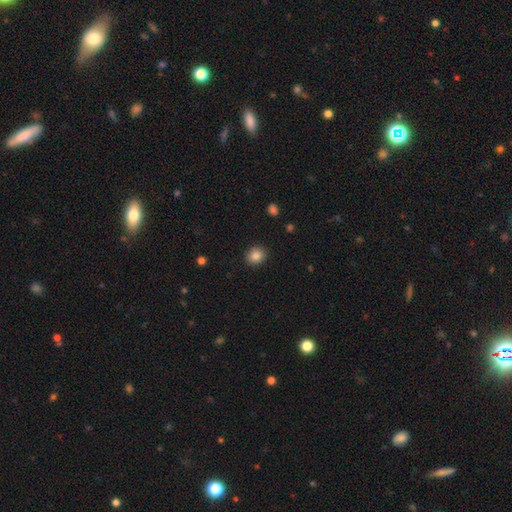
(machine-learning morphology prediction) A smooth galaxy with no disk features (86%) that is round (75%). Merging: none (90%).